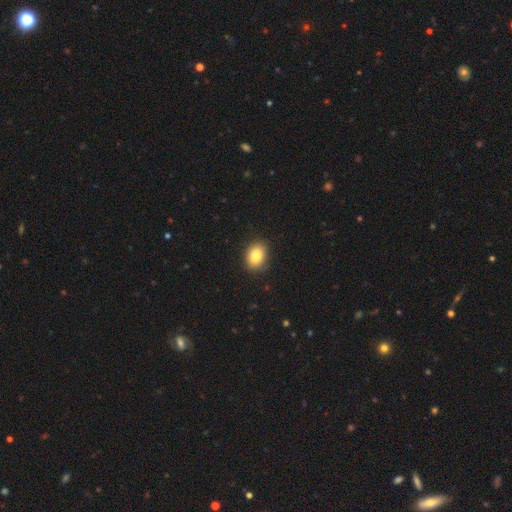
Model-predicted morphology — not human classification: Q: Smooth or featured?
A: smooth (83%); runner-up: star or artifact (9%)
Q: How rounded?
A: in between (65%); runner-up: round (34%)
Q: Merging?
A: none (87%); runner-up: minor disturbance (10%)